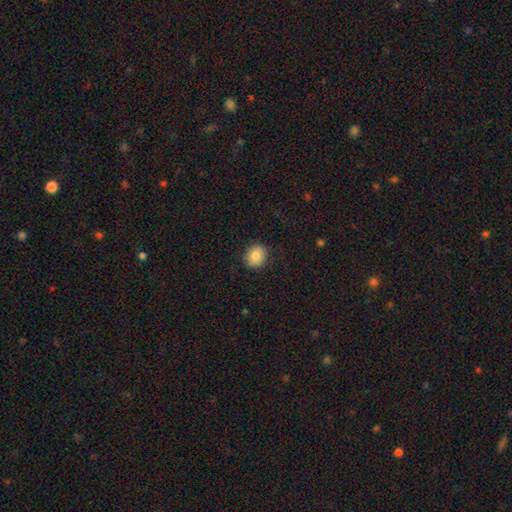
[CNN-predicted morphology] smooth_or_featured: smooth (p=0.84) [alt: star or artifact p=0.09]
how_rounded: round (p=0.64) [alt: in between p=0.35]
merging: none (p=0.87) [alt: minor disturbance p=0.09]